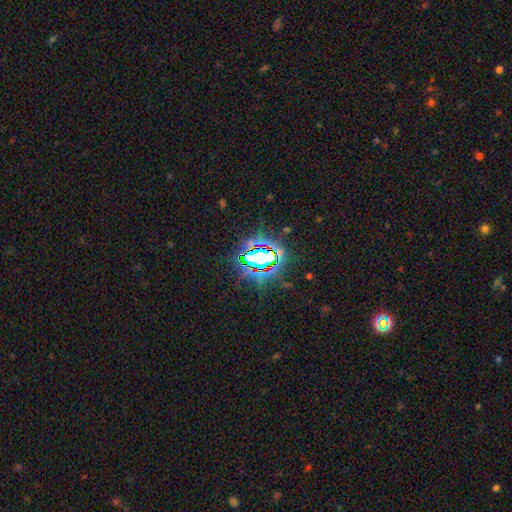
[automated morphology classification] Smooth or featured: star or artifact — 81% (smooth — 11%)